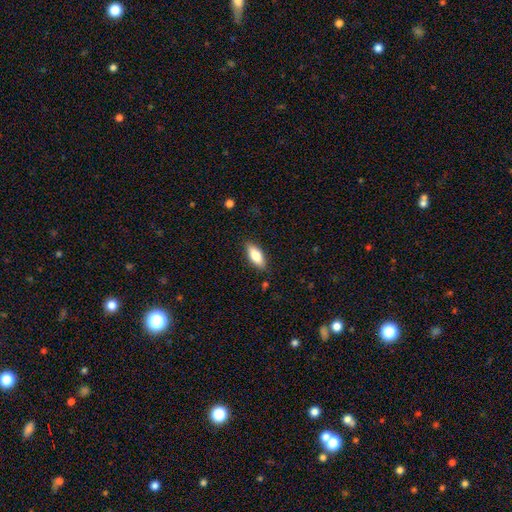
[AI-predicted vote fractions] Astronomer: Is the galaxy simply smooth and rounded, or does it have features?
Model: smooth — 80%.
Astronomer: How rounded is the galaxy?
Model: in between — 77%.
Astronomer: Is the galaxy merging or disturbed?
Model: none — 85%.